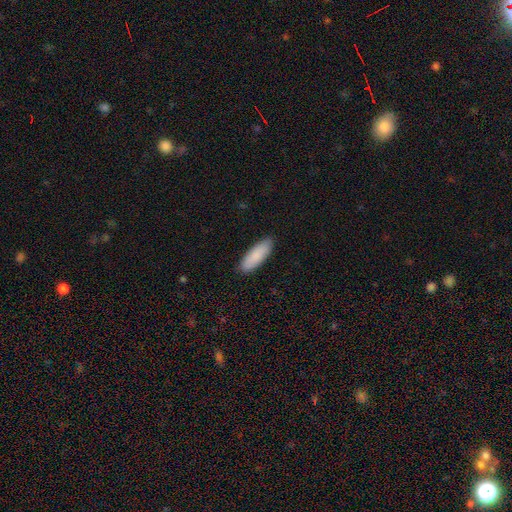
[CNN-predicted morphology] Smooth or featured?
  - smooth: 88% *
  - featured or disk: 7%
  - star or artifact: 5%
How rounded?
  - in between: 57% *
  - cigar-shaped: 41%
  - round: 2%
Merging?
  - none: 89% *
  - minor disturbance: 9%
  - major disturbance: 2%
  - merger: 1%